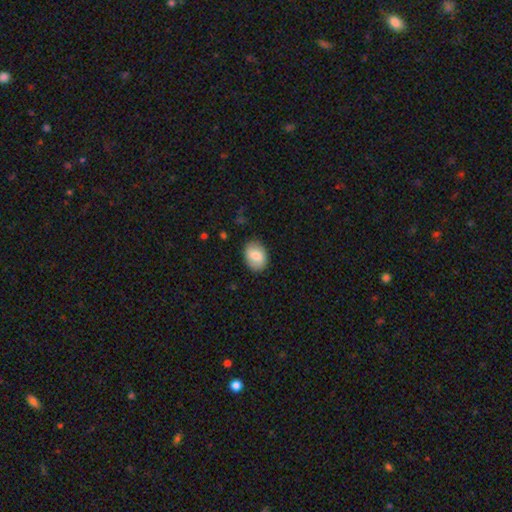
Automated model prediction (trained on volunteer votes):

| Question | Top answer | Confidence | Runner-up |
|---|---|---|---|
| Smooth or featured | smooth | 78% | featured or disk (15%) |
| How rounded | in between | 72% | round (27%) |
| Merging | none | 84% | minor disturbance (12%) |